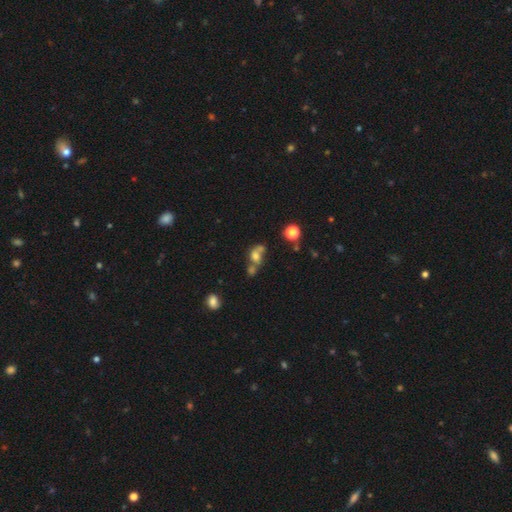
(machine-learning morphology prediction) smooth 62%, featured or disk 21%, star or artifact 17%. Down the decision tree: how rounded — in between (50%); merging — merger (53%).